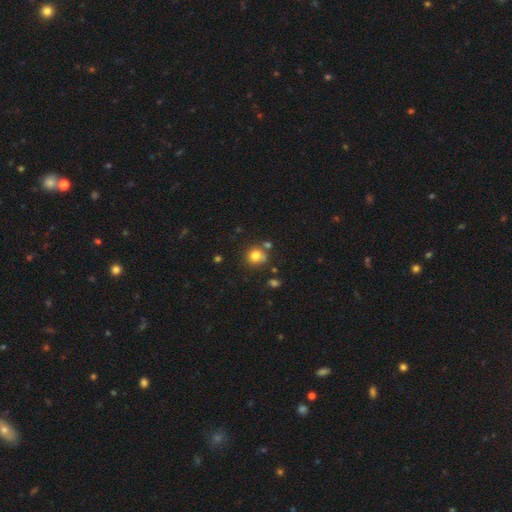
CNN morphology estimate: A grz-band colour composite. It shows a smooth galaxy with no disk features (79%) that is round (84%). Merging: none (67%).